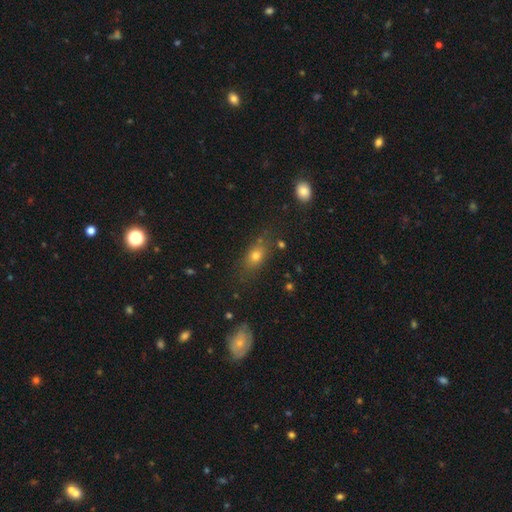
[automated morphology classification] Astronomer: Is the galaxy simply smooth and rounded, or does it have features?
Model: smooth — 70%.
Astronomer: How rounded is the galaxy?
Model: in between — 70%.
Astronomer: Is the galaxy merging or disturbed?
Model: none — 75%.